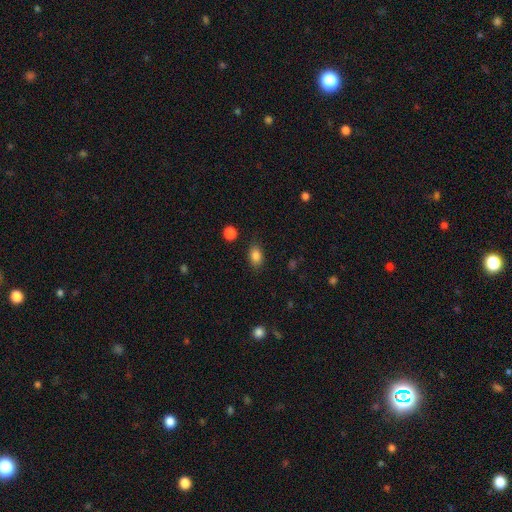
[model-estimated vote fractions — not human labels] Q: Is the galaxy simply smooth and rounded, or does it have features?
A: smooth — 85%.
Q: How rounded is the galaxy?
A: in between — 80%.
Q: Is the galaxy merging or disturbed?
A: none — 83%.